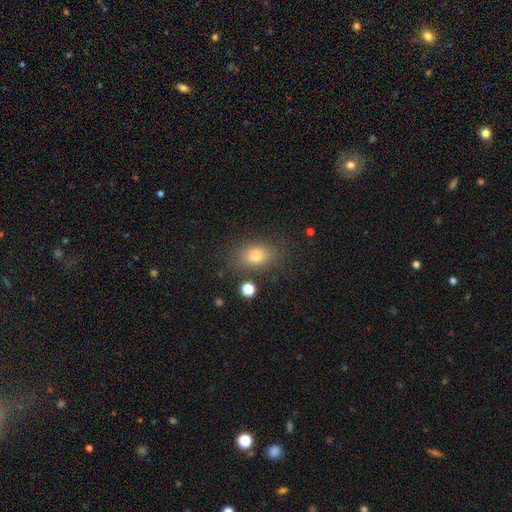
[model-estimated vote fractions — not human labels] Smooth or featured? smooth (76%)
How rounded? in between (74%)
Merging? none (80%)